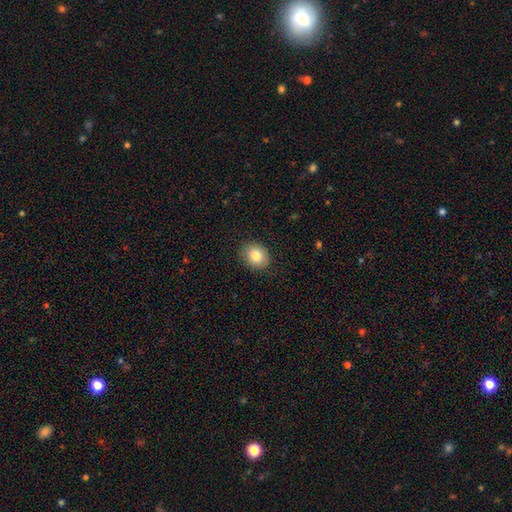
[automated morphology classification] Smooth or featured: smooth — 82% (featured or disk — 9%)
How rounded: round — 60% (in between — 40%)
Merging: none — 87% (minor disturbance — 10%)